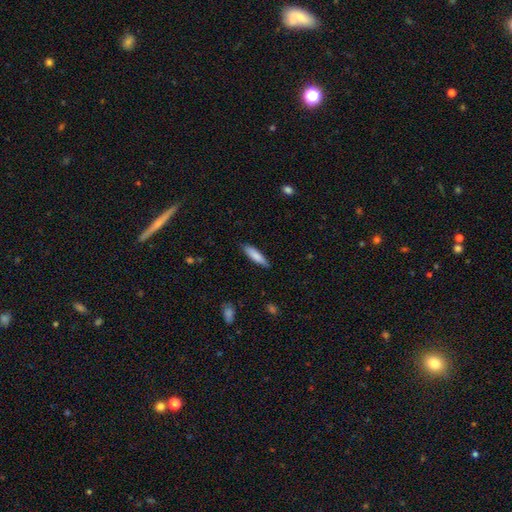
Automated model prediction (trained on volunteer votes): Smooth or featured? Predicted: smooth (p=0.82). How rounded? Predicted: cigar-shaped (p=0.74). Merging? Predicted: none (p=0.84).